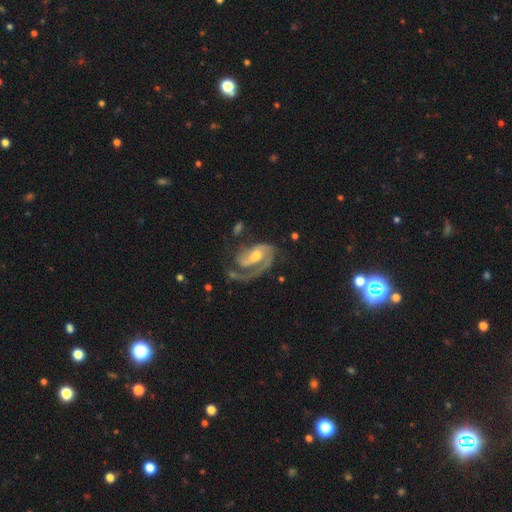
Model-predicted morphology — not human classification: type=featured or disk (87%); edge-on=no (98%); bar=weak (46%); spiral arms=yes (95%); winding=medium (48%); arm count=1 (45%); bulge=small (45%); merging=none (45%).